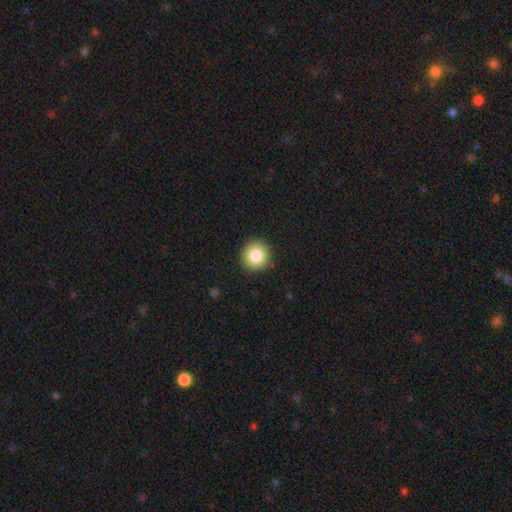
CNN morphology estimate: This appears to be a smooth galaxy with no disk features (83%) that is round (92%). Merging: none (91%).